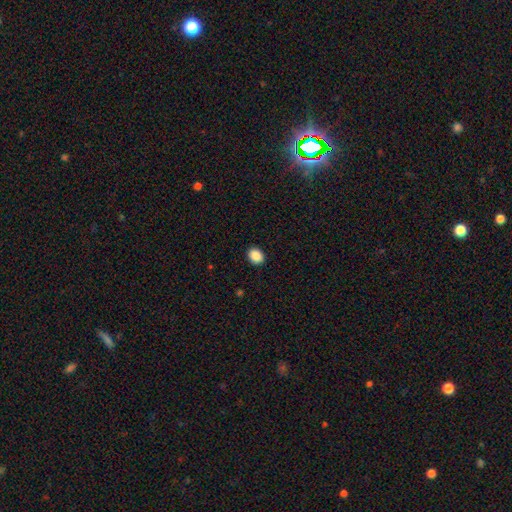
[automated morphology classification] Smooth or featured: smooth — 89% (star or artifact — 8%)
How rounded: in between — 53% (round — 46%)
Merging: none — 91% (minor disturbance — 6%)